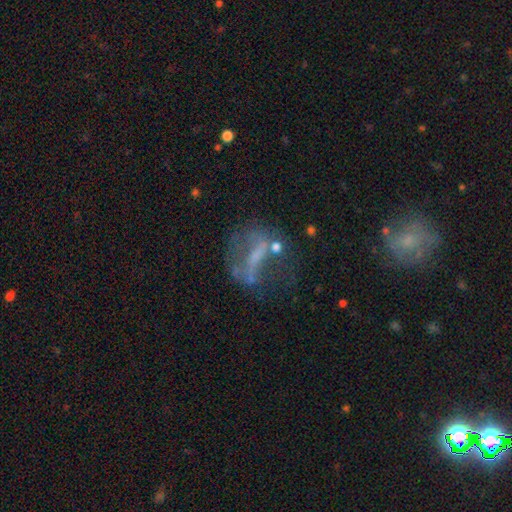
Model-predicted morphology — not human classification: Q: Smooth or featured?
A: featured or disk (56%); runner-up: smooth (27%)
Q: Edge-on disk?
A: no (86%); runner-up: yes (14%)
Q: Merging?
A: none (44%); runner-up: major disturbance (29%)